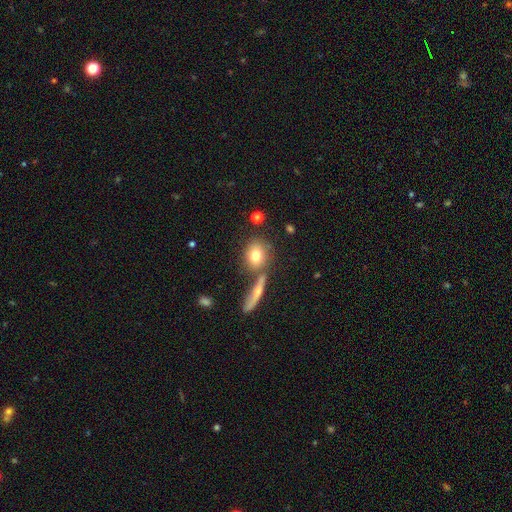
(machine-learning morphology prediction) A smooth galaxy with no disk features (74%) that is round (57%). Merging: none (64%).